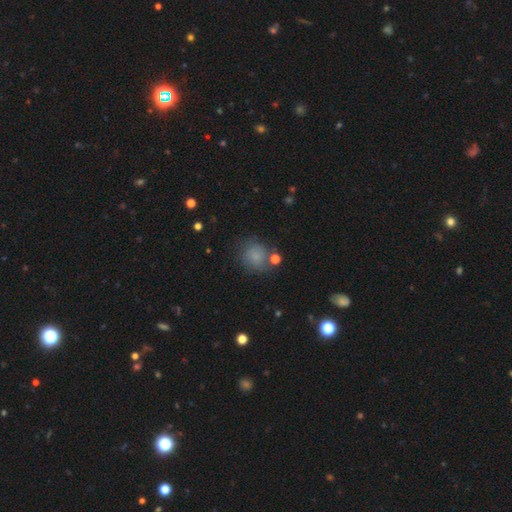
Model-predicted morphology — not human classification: Smooth or featured: smooth — 78% (star or artifact — 13%)
How rounded: round — 84% (in between — 15%)
Merging: none — 71% (minor disturbance — 16%)